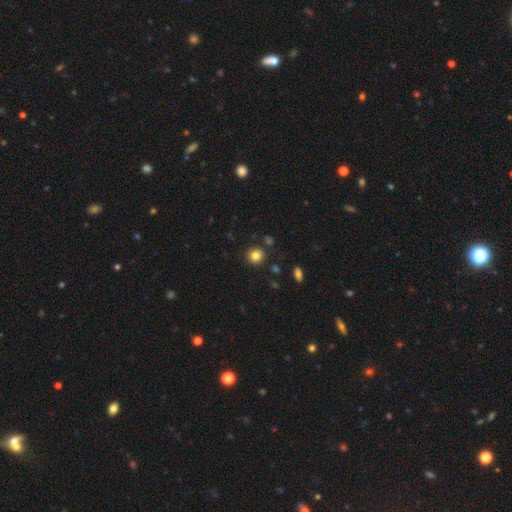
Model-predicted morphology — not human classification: type=smooth (83%); roundness=round (90%); merging=none (88%).